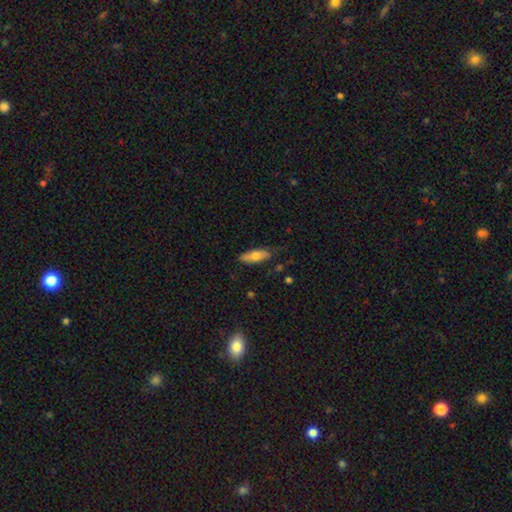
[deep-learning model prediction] This is likely a smooth galaxy (67%). How rounded: possibly in between (59%). Merging: likely none (73%).